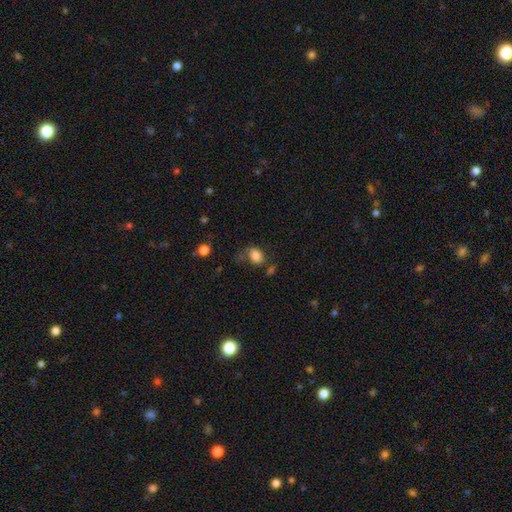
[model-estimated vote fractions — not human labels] Morphology: type=smooth (81%); roundness=in between (66%); merging=none (52%).